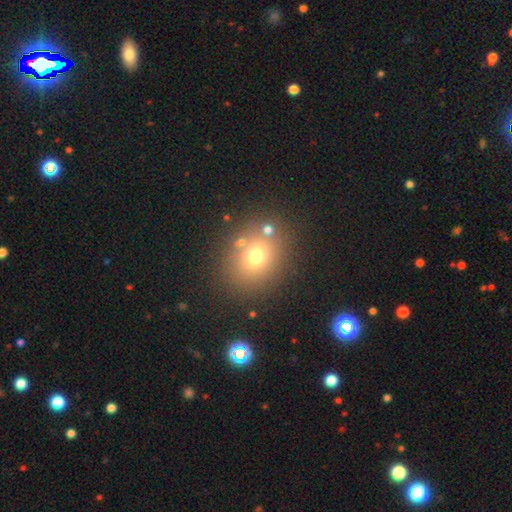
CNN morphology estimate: type=smooth (68%); roundness=round (58%); merging=none (77%).